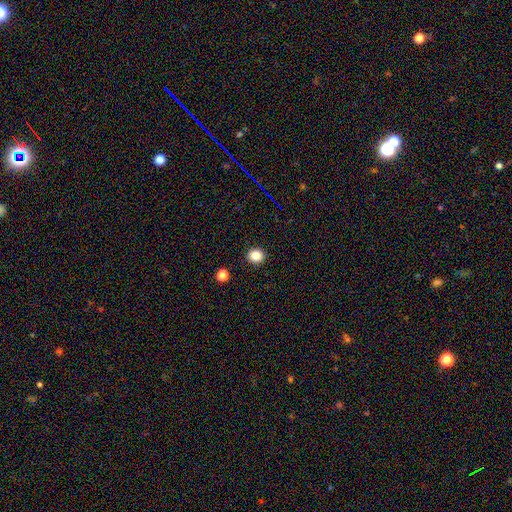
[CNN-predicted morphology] This appears to be a smooth galaxy with no disk features (83%) that is round (87%). Merging: none (92%).